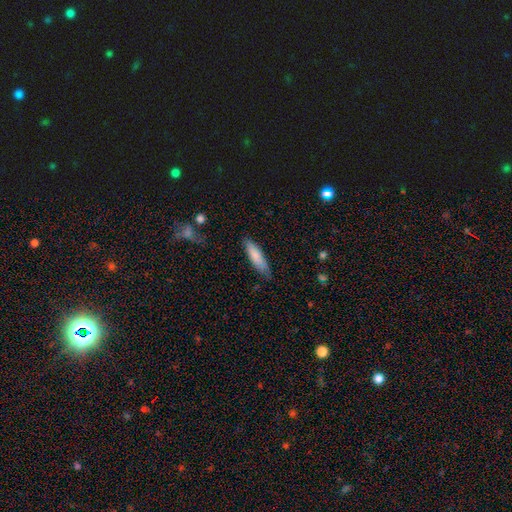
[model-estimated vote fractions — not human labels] A smooth galaxy with no disk features (82%) that is cigar-shaped (65%).

Vote fractions:
- Smooth or featured? smooth: 82% / featured or disk: 12% / star or artifact: 6%
- How rounded? cigar-shaped: 65% / in between: 33% / round: 1%
- Merging? none: 75% / minor disturbance: 20% / major disturbance: 3% / merger: 2%